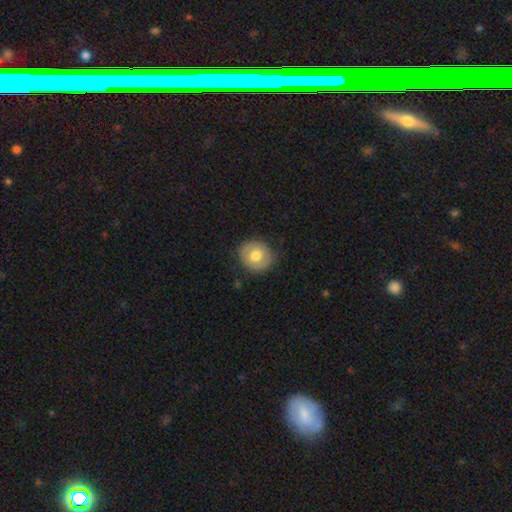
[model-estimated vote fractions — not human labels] smooth_or_featured: smooth (p=0.67) [alt: featured or disk p=0.26]
how_rounded: round (p=0.83) [alt: in between p=0.16]
merging: none (p=0.80) [alt: minor disturbance p=0.15]